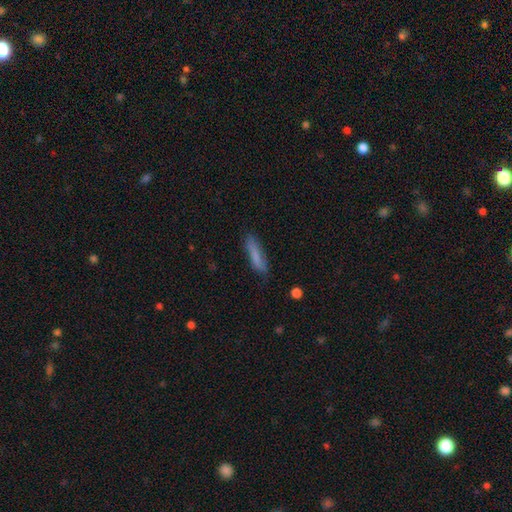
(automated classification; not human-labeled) Smooth or featured? Predicted: smooth (p=0.77). How rounded? Predicted: cigar-shaped (p=0.80). Merging? Predicted: none (p=0.75).